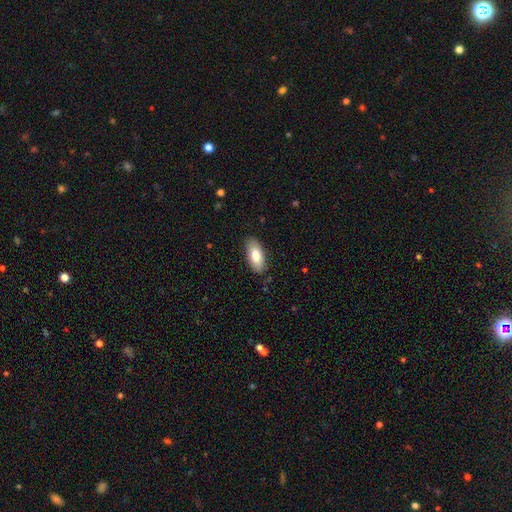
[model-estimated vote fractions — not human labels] Smooth or featured?
  - smooth: 81% *
  - featured or disk: 13%
  - star or artifact: 6%
How rounded?
  - in between: 88% *
  - cigar-shaped: 9%
  - round: 2%
Merging?
  - none: 87% *
  - minor disturbance: 10%
  - major disturbance: 2%
  - merger: 1%